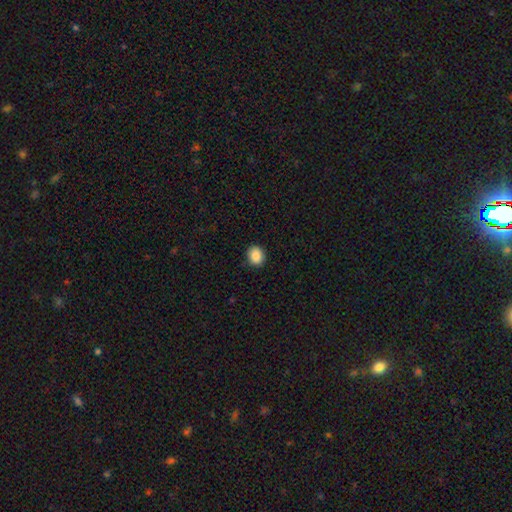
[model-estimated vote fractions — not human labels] Smooth or featured: smooth — 87% (star or artifact — 9%)
How rounded: round — 68% (in between — 32%)
Merging: none — 90% (minor disturbance — 7%)